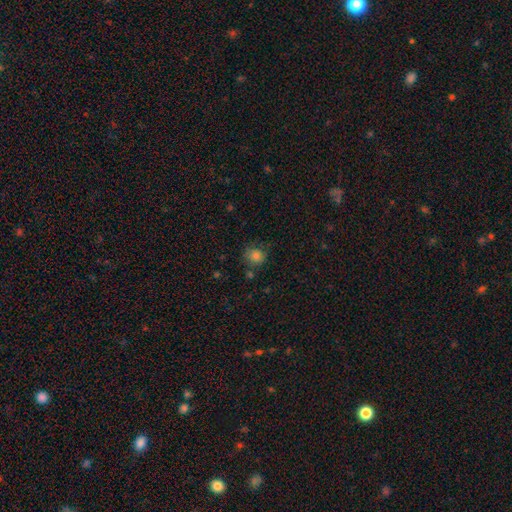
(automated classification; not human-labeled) This appears to be a smooth galaxy with no disk features (82%) that is round (84%). Merging: none (72%).